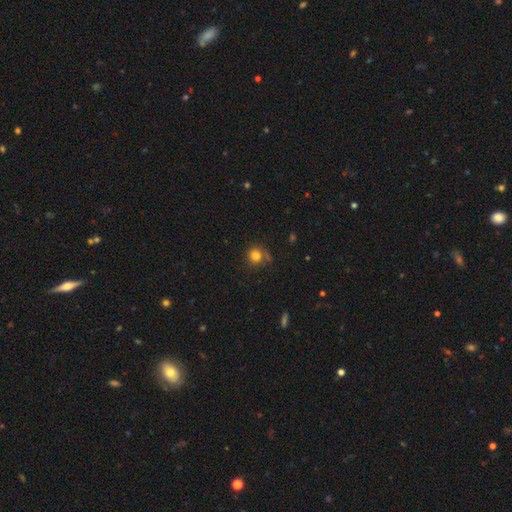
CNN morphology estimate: smooth_or_featured: smooth (p=0.81) [alt: star or artifact p=0.12]
how_rounded: round (p=0.88) [alt: in between p=0.11]
merging: none (p=0.69) [alt: minor disturbance p=0.19]